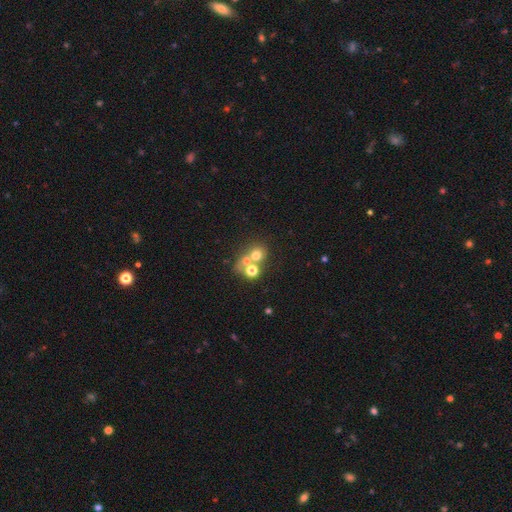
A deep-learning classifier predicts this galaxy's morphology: The model was most divided on "merging": merger: 49%, none: 40%, minor disturbance: 7%, major disturbance: 5%. More confident: how rounded — round (78%); smooth or featured — smooth (62%).